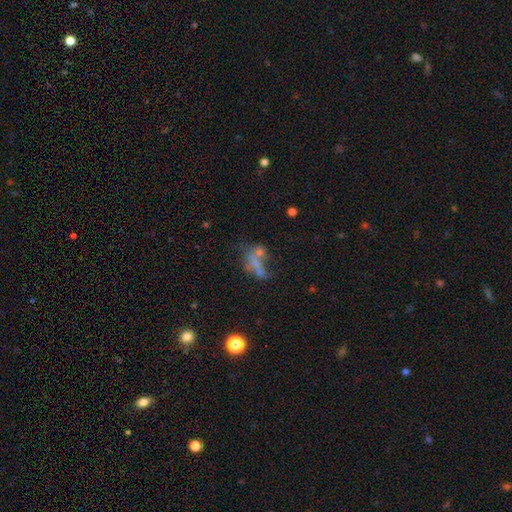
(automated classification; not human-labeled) Smooth or featured?
  - smooth: 47% *
  - featured or disk: 34%
  - star or artifact: 19%
Merging?
  - merger: 40% *
  - none: 24%
  - major disturbance: 23%
  - minor disturbance: 12%